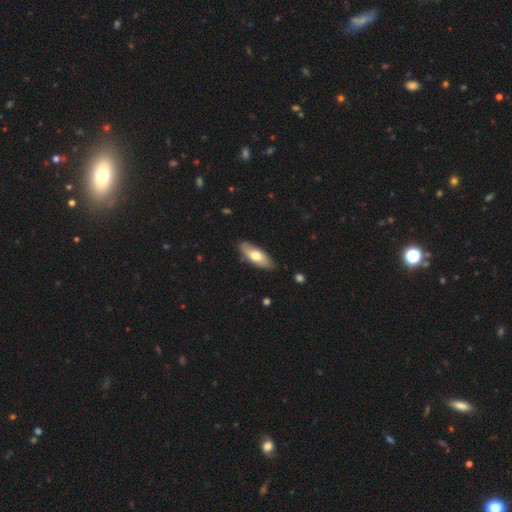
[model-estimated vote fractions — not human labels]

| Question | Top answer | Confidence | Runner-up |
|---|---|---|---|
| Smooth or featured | smooth | 64% | featured or disk (31%) |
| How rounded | in between | 73% | cigar-shaped (25%) |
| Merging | none | 83% | minor disturbance (14%) |